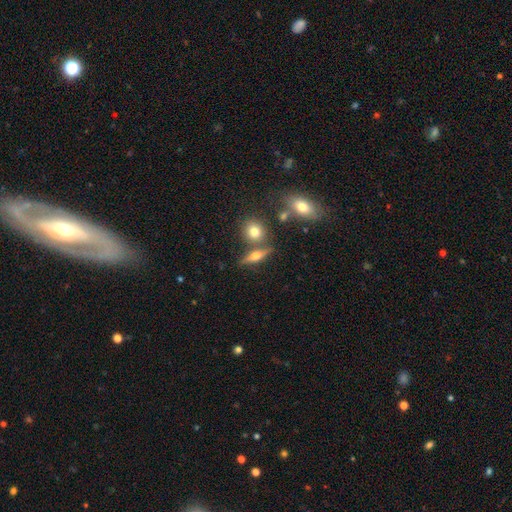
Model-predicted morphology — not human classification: A featured or disk galaxy (51%) viewed edge-on (89%).

Vote fractions:
- Smooth or featured? featured or disk: 51% / smooth: 39% / star or artifact: 11%
- Edge-on disk? yes: 89% / no: 11%
- Merging? none: 72% / merger: 13% / minor disturbance: 11% / major disturbance: 4%